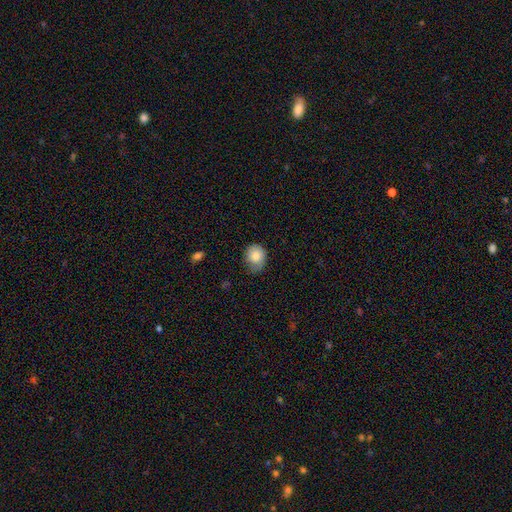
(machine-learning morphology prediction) Overall: smooth (82%). How rounded: round (64%; in between 36%). Merging: none (54%; minor disturbance 36%).